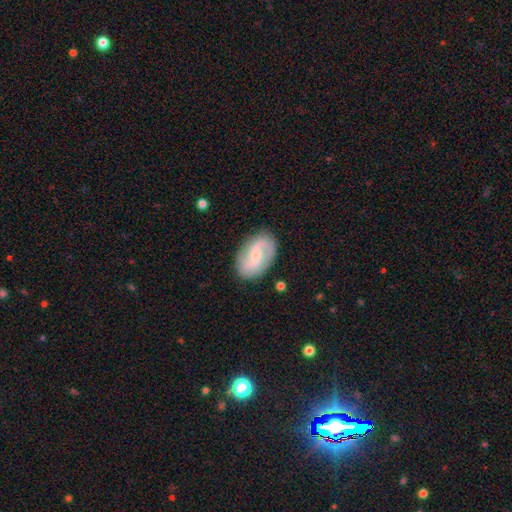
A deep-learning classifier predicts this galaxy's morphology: featured or disk 74%, smooth 21%, star or artifact 6%. Down the decision tree: edge-on disk — no (97%); bar — weak (47%); spiral arms — yes (94%); spiral arm count — 2 (90%); spiral winding — loose (42%, tied with medium); bulge size — small (59%); merging — none (83%).